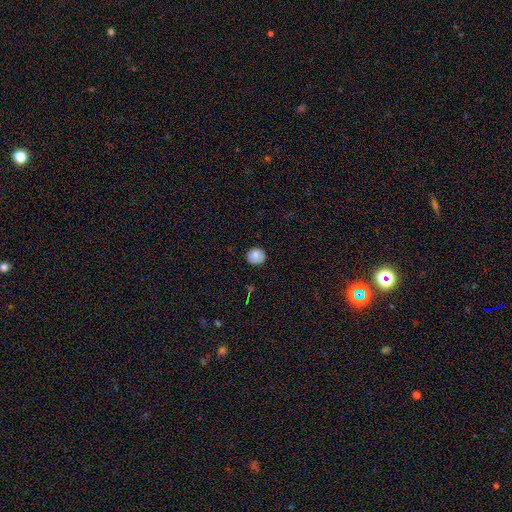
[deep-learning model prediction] This appears to be a smooth galaxy with no disk features (85%) that is round (80%). Merging: none (86%).